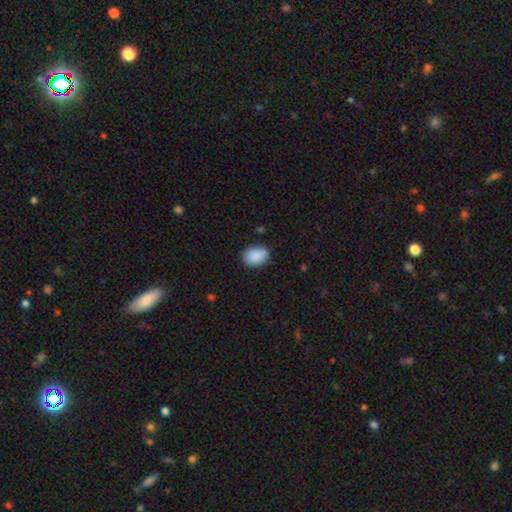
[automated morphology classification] A smooth galaxy with no disk features (90%) that is in between round and cigar-shaped (76%). Merging: none (82%).